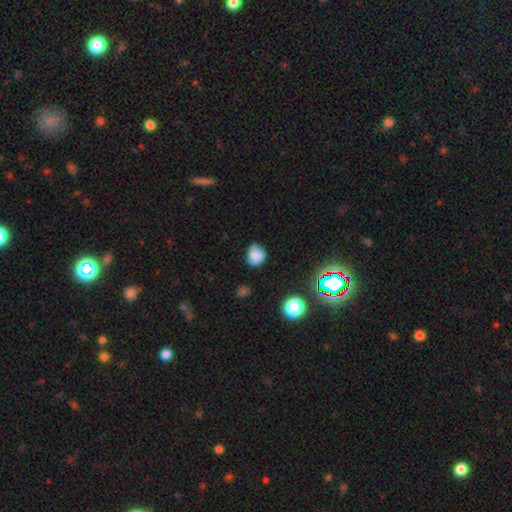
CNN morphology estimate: A smooth galaxy with no disk features (76%) that is round (56%). Merging: none (61%).